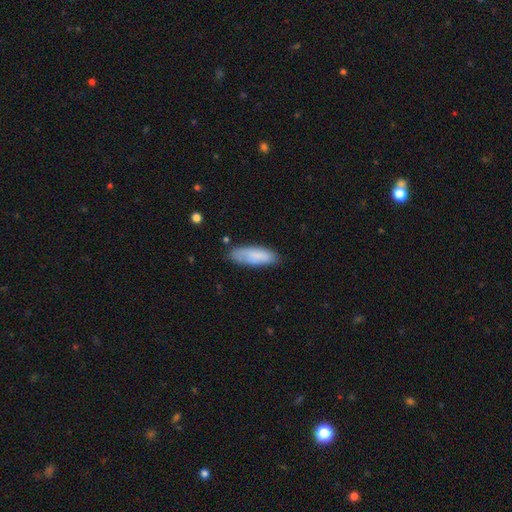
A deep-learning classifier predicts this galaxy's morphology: smooth_or_featured: smooth (p=0.80) [alt: featured or disk p=0.14]
how_rounded: in between (p=0.60) [alt: cigar-shaped p=0.38]
merging: none (p=0.70) [alt: minor disturbance p=0.22]